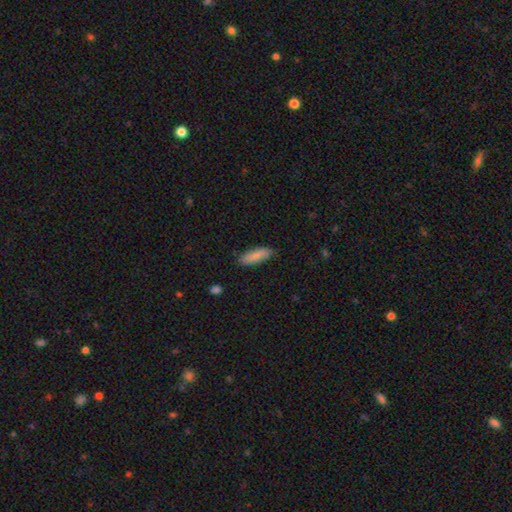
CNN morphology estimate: Smooth or featured?
  - smooth: 86% *
  - featured or disk: 8%
  - star or artifact: 6%
How rounded?
  - in between: 52% *
  - cigar-shaped: 47%
  - round: 2%
Merging?
  - none: 85% *
  - minor disturbance: 11%
  - major disturbance: 2%
  - merger: 1%